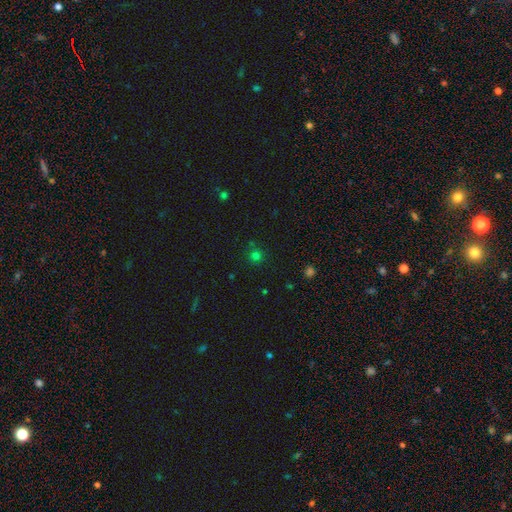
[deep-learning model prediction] smooth_or_featured: smooth (p=0.71) [alt: star or artifact p=0.24]
how_rounded: round (p=0.93) [alt: in between p=0.06]
merging: none (p=0.82) [alt: minor disturbance p=0.10]